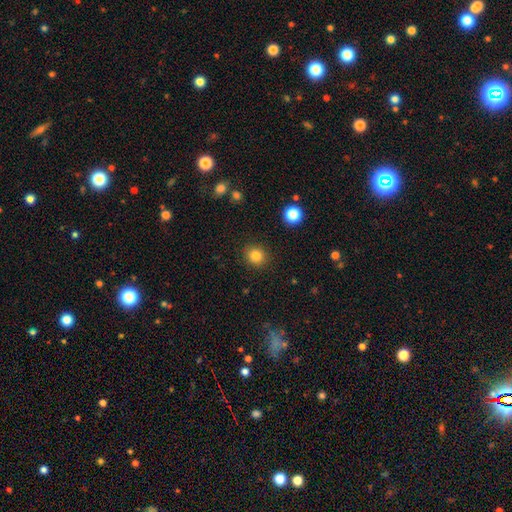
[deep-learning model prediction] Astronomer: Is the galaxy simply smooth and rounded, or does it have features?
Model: smooth — 84%.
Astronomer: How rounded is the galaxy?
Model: round — 81%.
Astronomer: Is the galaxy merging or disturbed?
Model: none — 89%.